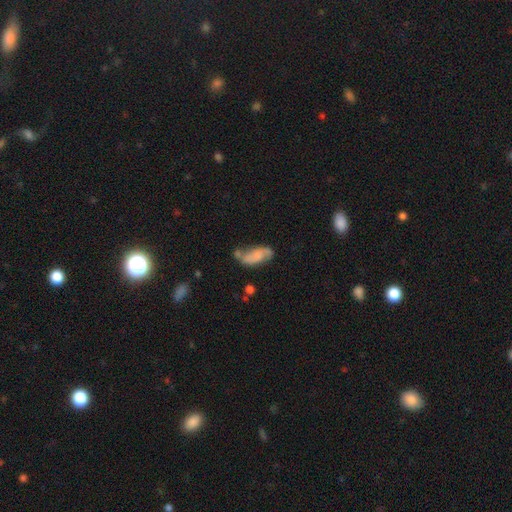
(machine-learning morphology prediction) Q: Smooth or featured?
A: smooth (47%); runner-up: featured or disk (44%)
Q: Merging?
A: none (48%); runner-up: minor disturbance (26%)